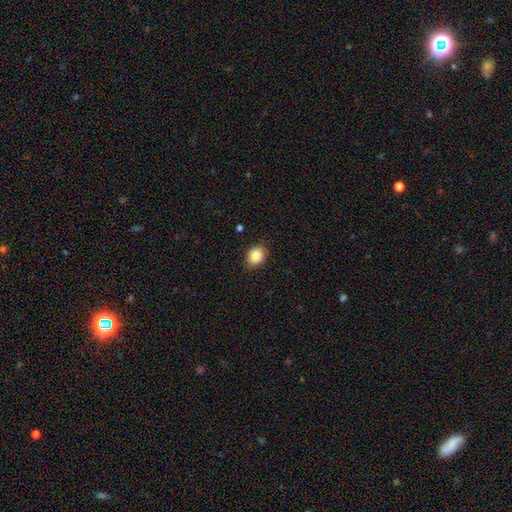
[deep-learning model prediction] smooth-or-featured: smooth: 85% | star or artifact: 9% | featured or disk: 6%
  how-rounded: round: 64% | in between: 35% | cigar-shaped: 1%
  merging: none: 84% | minor disturbance: 13% | major disturbance: 2% | merger: 1%